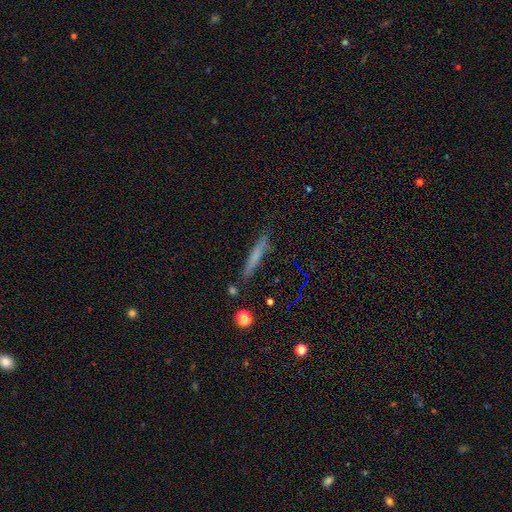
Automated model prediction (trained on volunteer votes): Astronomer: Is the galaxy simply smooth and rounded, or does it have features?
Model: smooth — 62%.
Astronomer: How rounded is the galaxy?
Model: cigar-shaped — 93%.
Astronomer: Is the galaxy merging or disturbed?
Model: none — 81%.